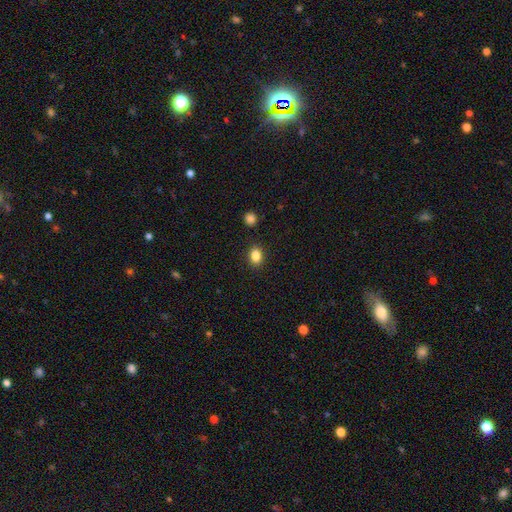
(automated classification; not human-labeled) This appears to be a smooth galaxy with no disk features (85%) that is in between round and cigar-shaped (66%). Merging: none (87%).